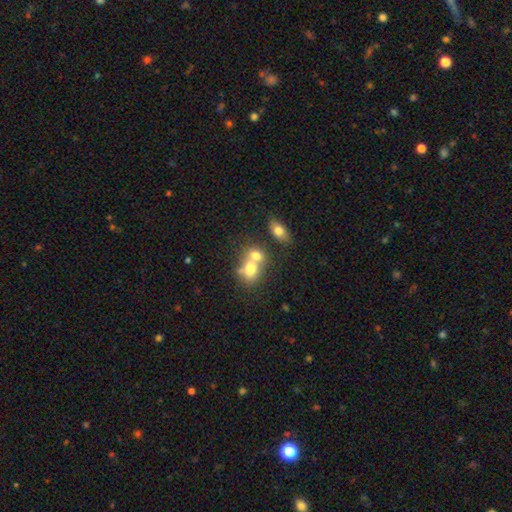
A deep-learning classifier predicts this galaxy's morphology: smooth 73%, featured or disk 18%, star or artifact 10%. Down the decision tree: how rounded — in between (62%); merging — merger (66%).